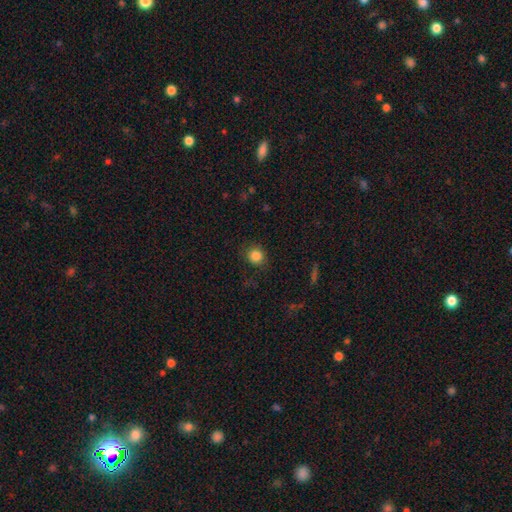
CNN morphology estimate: This appears to be a smooth galaxy with no disk features (84%) that is round (85%). Merging: none (81%).